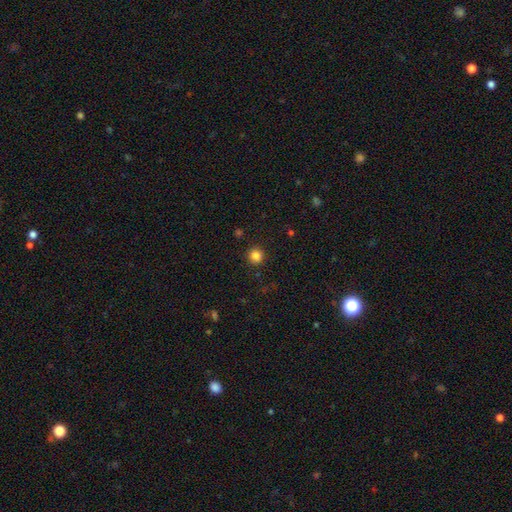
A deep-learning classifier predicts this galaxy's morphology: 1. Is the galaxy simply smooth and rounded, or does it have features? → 83% smooth, 12% star or artifact, 4% featured or disk.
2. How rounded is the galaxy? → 94% round, 5% in between, 1% cigar-shaped.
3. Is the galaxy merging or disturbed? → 91% none, 6% minor disturbance, 2% major disturbance, 1% merger.